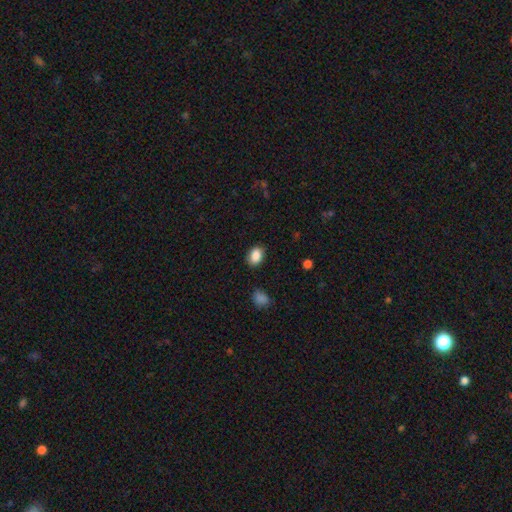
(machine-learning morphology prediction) smooth_or_featured: smooth (p=0.88) [alt: star or artifact p=0.08]
how_rounded: in between (p=0.75) [alt: round p=0.24]
merging: none (p=0.86) [alt: minor disturbance p=0.10]